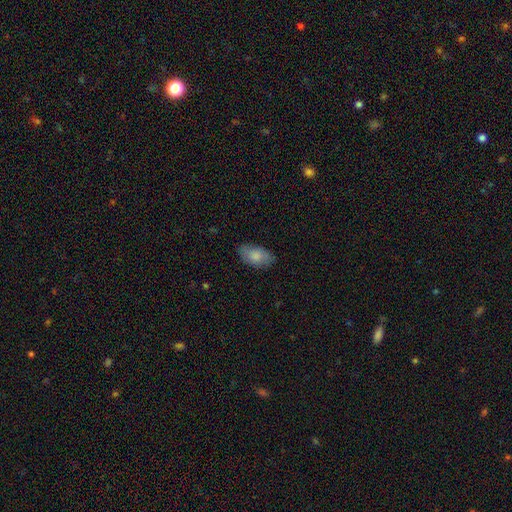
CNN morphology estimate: A smooth galaxy with no disk features (83%) that is in between round and cigar-shaped (94%). Merging: none (80%).